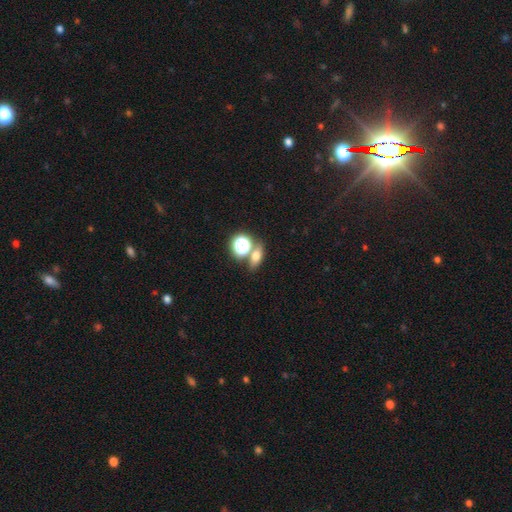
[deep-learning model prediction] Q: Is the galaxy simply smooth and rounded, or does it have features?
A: smooth — 64%.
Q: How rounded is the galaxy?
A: in between — 59%.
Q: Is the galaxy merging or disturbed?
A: none — 63%.